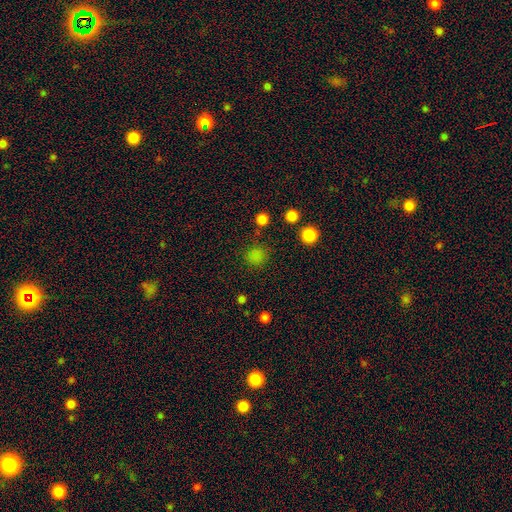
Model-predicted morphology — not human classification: This is likely a smooth galaxy (77%). How rounded: clearly round (88%). Merging: clearly none (82%).